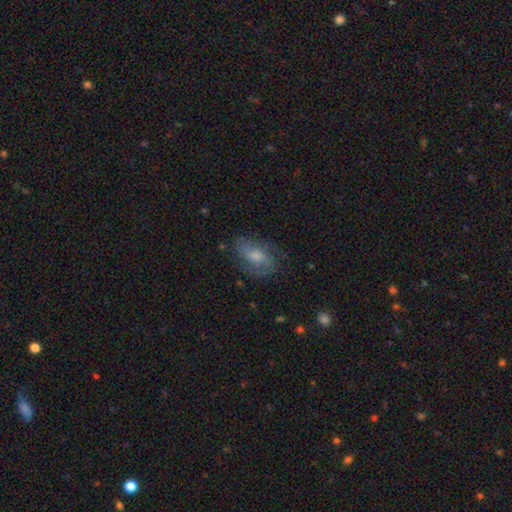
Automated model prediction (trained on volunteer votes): Morphology: type=featured or disk (62%); edge-on=no (94%); bar=no (52%); spiral arms=yes (88%); winding=medium (46%); arm count=2 (65%); bulge=moderate (53%); merging=none (73%).